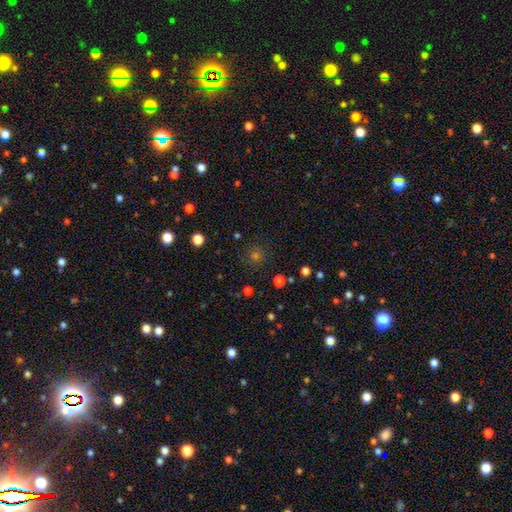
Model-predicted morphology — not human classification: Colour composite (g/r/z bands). It shows a smooth galaxy with no disk features (60%) that is round (93%). Merging: none (88%).